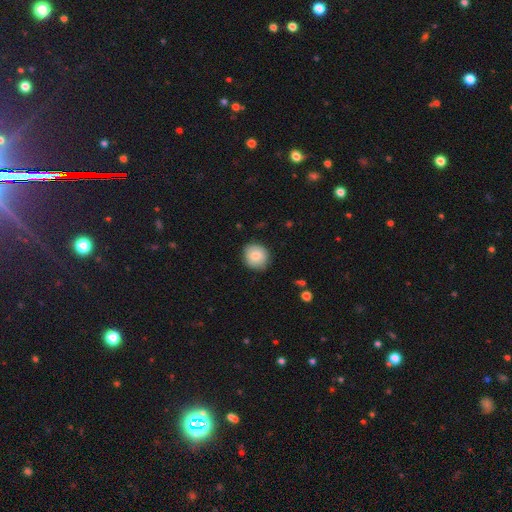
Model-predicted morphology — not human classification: A smooth galaxy with no disk features (82%) that is round (82%). Merging: none (86%).